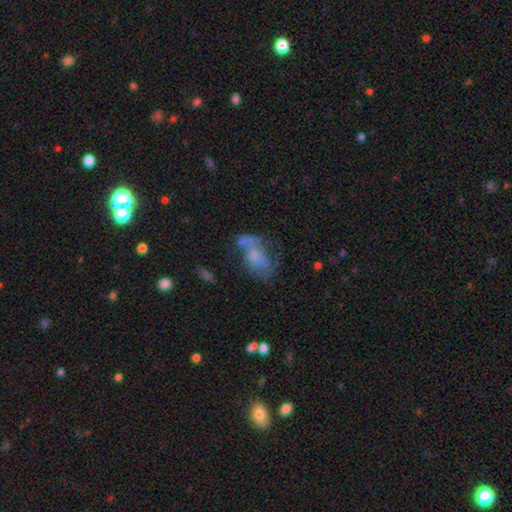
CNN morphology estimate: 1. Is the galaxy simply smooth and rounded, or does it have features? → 45% smooth, 44% featured or disk, 11% star or artifact.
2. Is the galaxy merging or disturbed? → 30% none (tied), 30% major disturbance (tied), 21% minor disturbance, 19% merger.